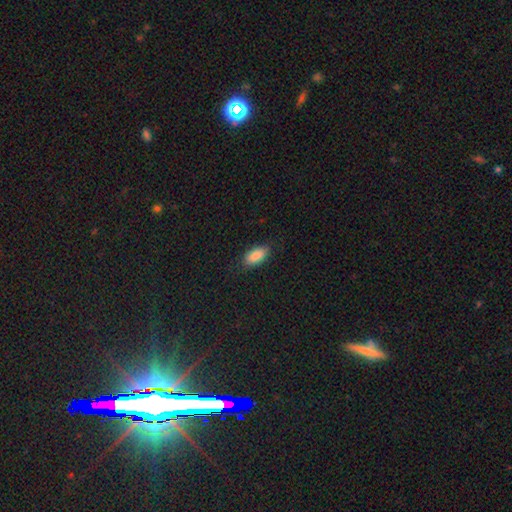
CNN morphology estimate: type=smooth (87%); roundness=in between (89%); merging=none (83%).